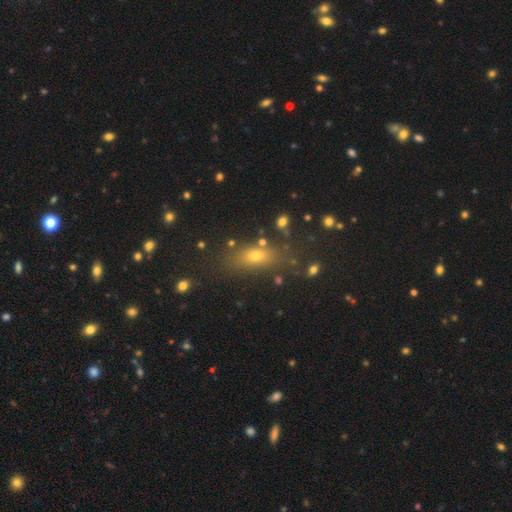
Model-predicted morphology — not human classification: smooth 67%, star or artifact 18%, featured or disk 15%. Down the decision tree: how rounded — in between (69%); merging — none (75%).